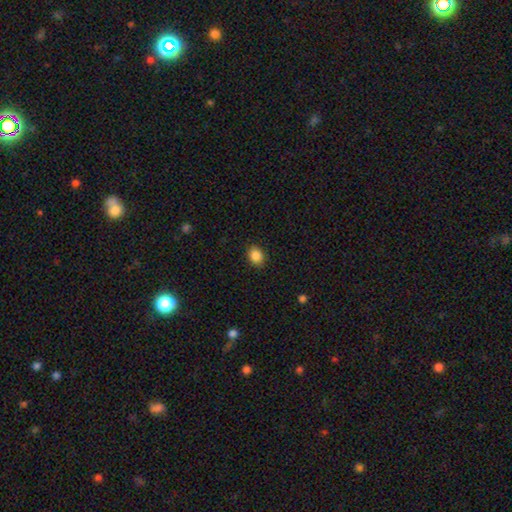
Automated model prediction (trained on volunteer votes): A smooth galaxy with no disk features (87%) that is in between round and cigar-shaped (61%).

Vote fractions:
- Smooth or featured? smooth: 87% / star or artifact: 9% / featured or disk: 4%
- How rounded? in between: 61% / round: 38% / cigar-shaped: 1%
- Merging? none: 87% / minor disturbance: 9% / major disturbance: 2% / merger: 1%